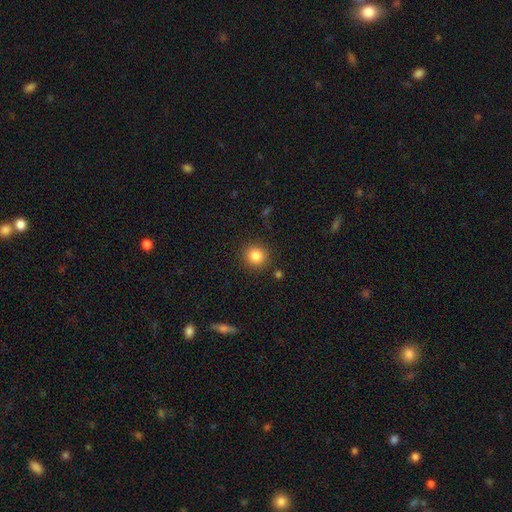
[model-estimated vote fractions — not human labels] Overall: smooth (85%). How rounded: round (91%). Merging: none (88%).